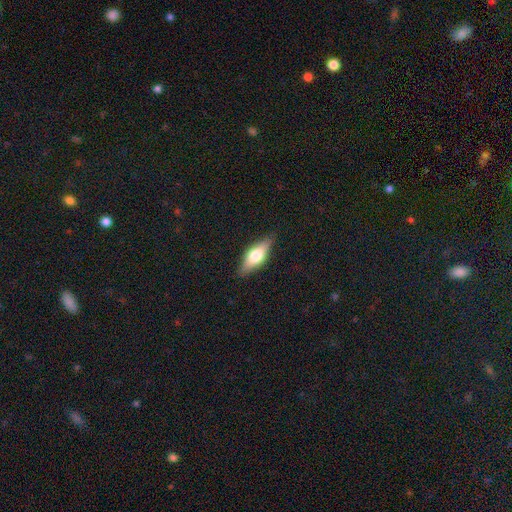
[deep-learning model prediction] smooth-or-featured: smooth: 58% | featured or disk: 35% | star or artifact: 6%
  how-rounded: in between: 65% | cigar-shaped: 31% | round: 3%
  merging: none: 83% | minor disturbance: 13% | major disturbance: 3% | merger: 1%